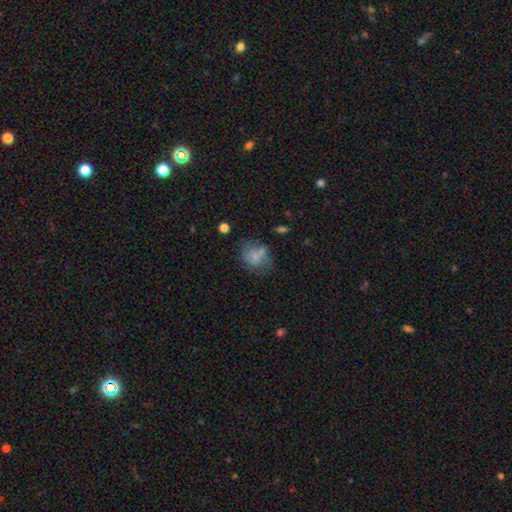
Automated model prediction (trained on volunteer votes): Smooth or featured? smooth (68%)
How rounded? round (51%)
Merging? none (44%)